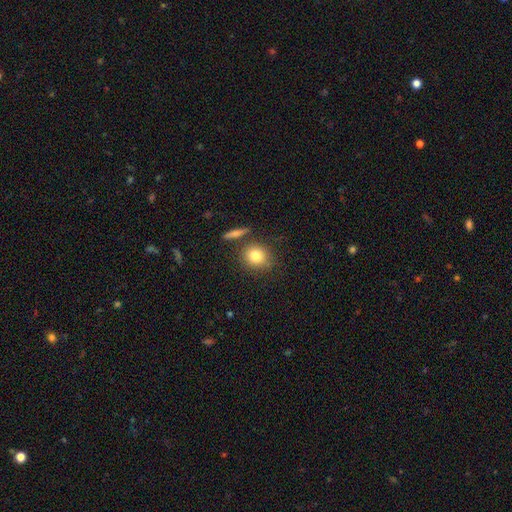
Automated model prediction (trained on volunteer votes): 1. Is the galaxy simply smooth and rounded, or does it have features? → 81% smooth, 10% featured or disk, 9% star or artifact.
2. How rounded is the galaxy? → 79% round, 19% in between, 2% cigar-shaped.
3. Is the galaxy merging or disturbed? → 75% none, 11% minor disturbance, 11% merger, 3% major disturbance.